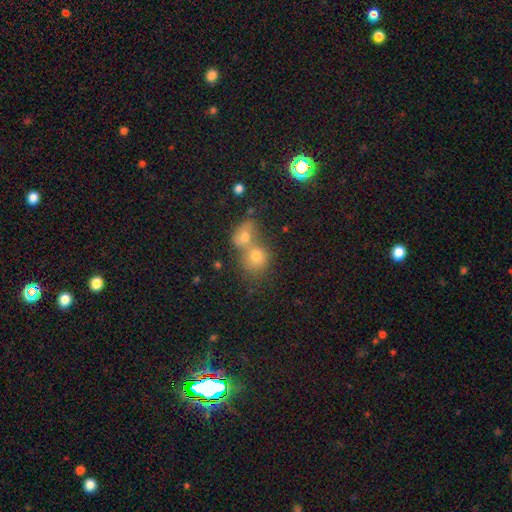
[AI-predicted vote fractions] A smooth galaxy with no disk features (52%) that is round (74%). Merging: merger (54%).